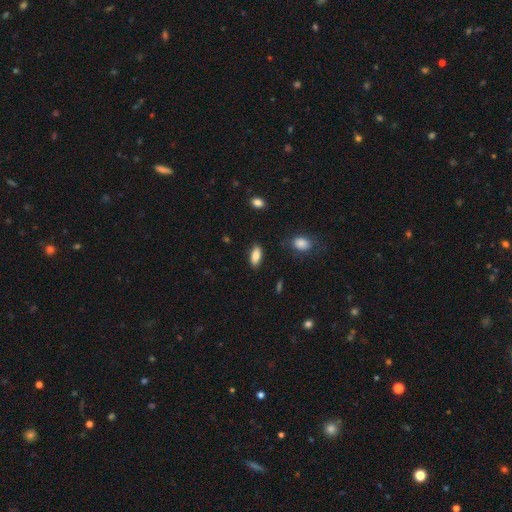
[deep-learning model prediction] This appears to be a smooth galaxy with no disk features (85%) that is in between round and cigar-shaped (84%). Merging: none (85%).